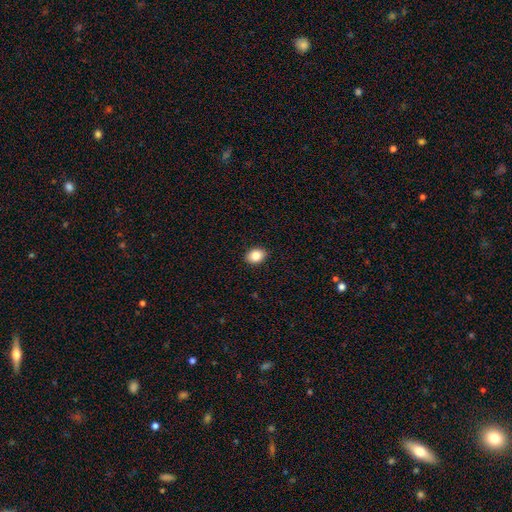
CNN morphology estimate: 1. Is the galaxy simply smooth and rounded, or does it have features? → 85% smooth, 9% star or artifact, 7% featured or disk.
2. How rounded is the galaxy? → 65% in between, 34% round, 1% cigar-shaped.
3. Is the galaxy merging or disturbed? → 91% none, 7% minor disturbance, 2% major disturbance, 1% merger.